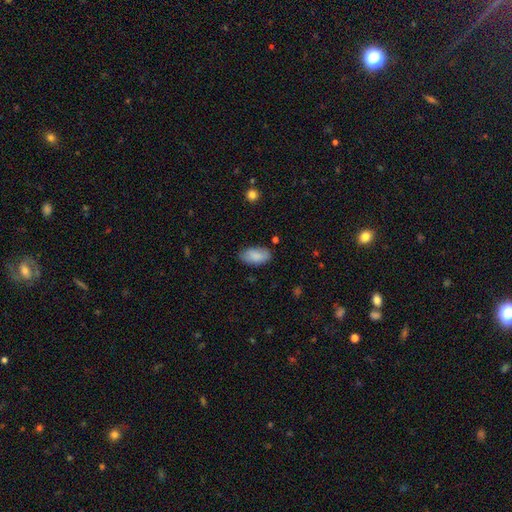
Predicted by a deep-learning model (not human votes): Smooth or featured? Predicted: smooth (p=0.85). How rounded? Predicted: in between (p=0.94). Merging? Predicted: none (p=0.79).